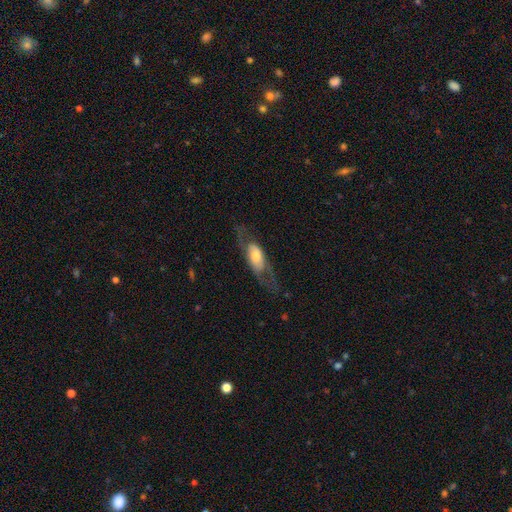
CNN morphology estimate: Q: Smooth or featured?
A: featured or disk (54%); runner-up: smooth (39%)
Q: Edge-on disk?
A: no (69%); runner-up: yes (31%)
Q: Merging?
A: none (57%); runner-up: major disturbance (23%)